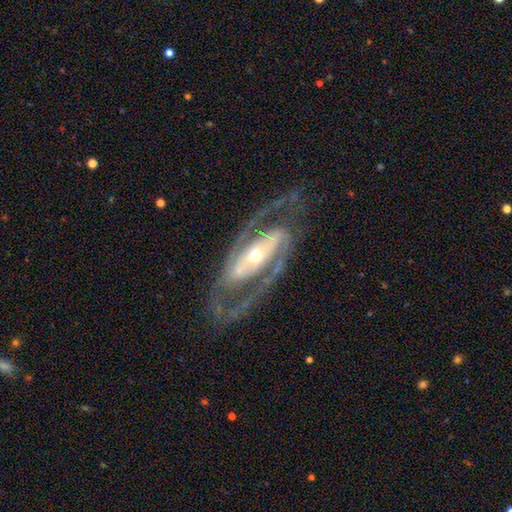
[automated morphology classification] Q: Smooth or featured?
A: featured or disk (91%); runner-up: smooth (5%)
Q: Edge-on disk?
A: no (95%); runner-up: yes (5%)
Q: Bar?
A: strong (45%); runner-up: no (30%)
Q: Spiral arms?
A: yes (96%); runner-up: no (4%)
Q: Spiral winding?
A: medium (55%); runner-up: tight (29%)
Q: Spiral arm count?
A: 2 (92%); runner-up: can't tell (3%)
Q: Bulge size?
A: moderate (55%); runner-up: small (36%)
Q: Merging?
A: none (78%); runner-up: minor disturbance (12%)